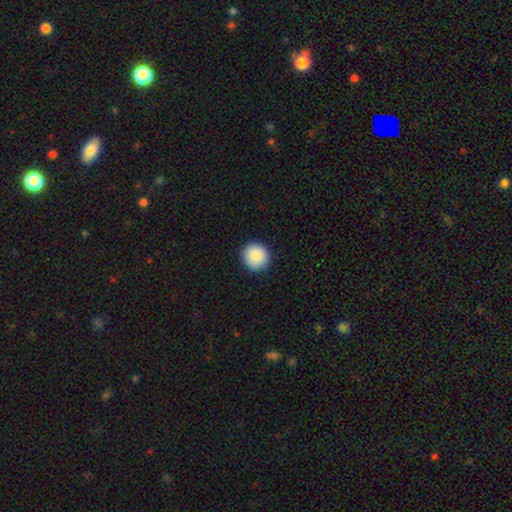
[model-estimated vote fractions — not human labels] Smooth or featured? smooth (89%)
How rounded? round (93%)
Merging? none (91%)